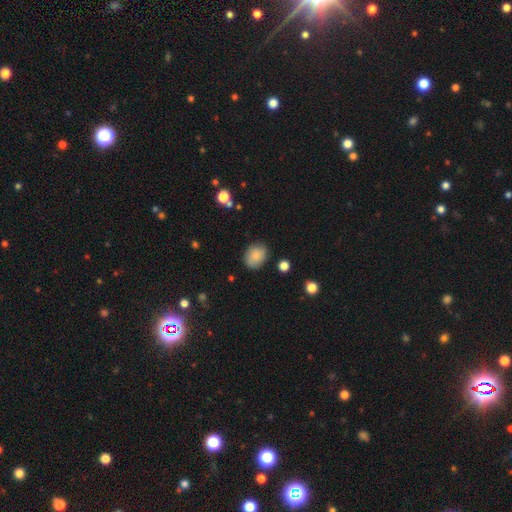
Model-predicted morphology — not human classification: Smooth or featured: smooth — 80% (featured or disk — 12%)
How rounded: in between — 53% (round — 46%)
Merging: none — 80% (minor disturbance — 15%)